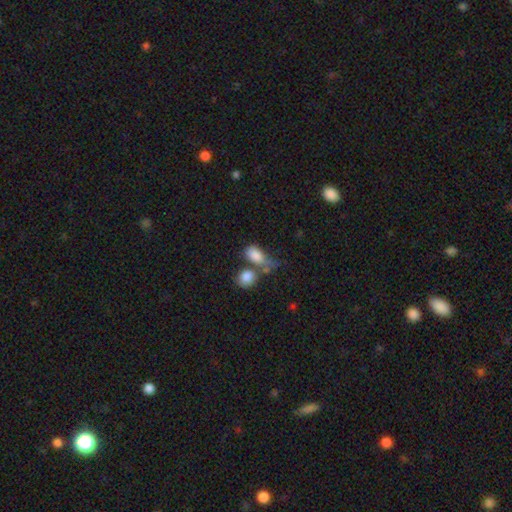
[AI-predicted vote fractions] Smooth or featured? Predicted: smooth (p=0.82). How rounded? Predicted: in between (p=0.84). Merging? Predicted: merger (p=0.41).